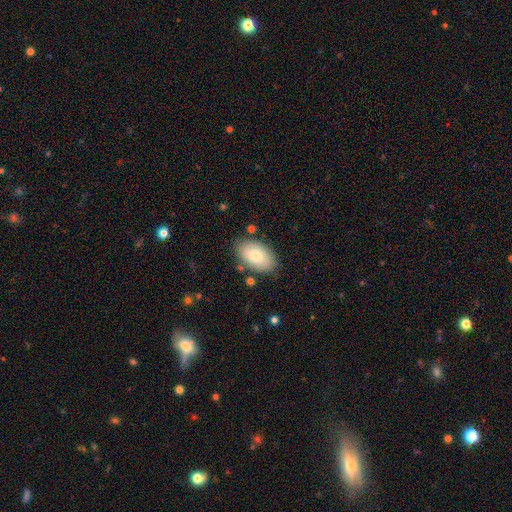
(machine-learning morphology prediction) This appears to be a smooth galaxy with no disk features (77%) that is in between round and cigar-shaped (94%). Merging: none (81%).